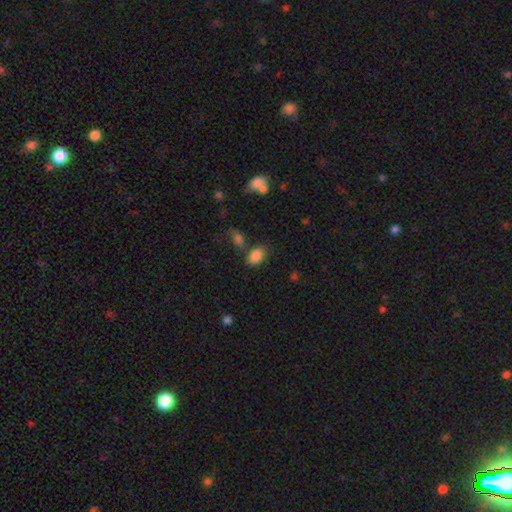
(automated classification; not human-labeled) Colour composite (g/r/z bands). It shows a smooth galaxy with no disk features (85%) that is in between round and cigar-shaped (86%). Merging: none (69%).